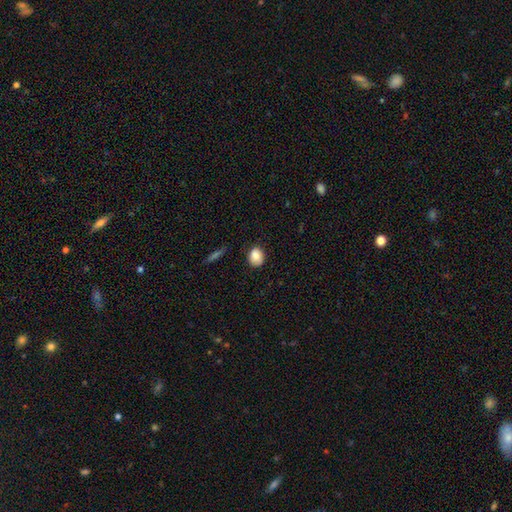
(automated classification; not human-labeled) This appears to be a smooth galaxy with no disk features (85%) that is round (56%). Merging: none (79%).